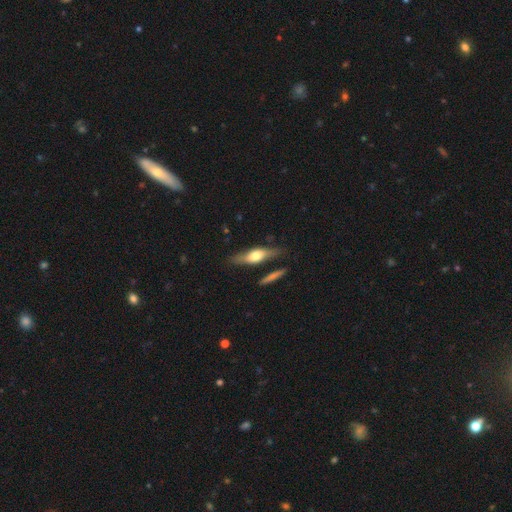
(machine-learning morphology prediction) Smooth or featured? Predicted: featured or disk (p=0.50). Merging? Predicted: none (p=0.75).